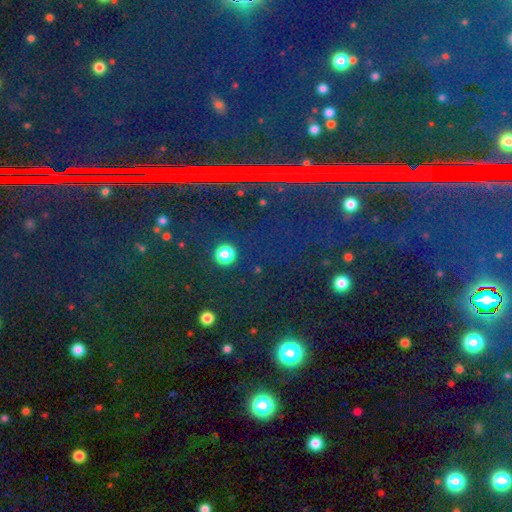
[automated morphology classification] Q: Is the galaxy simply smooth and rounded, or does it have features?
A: star or artifact — 82%.